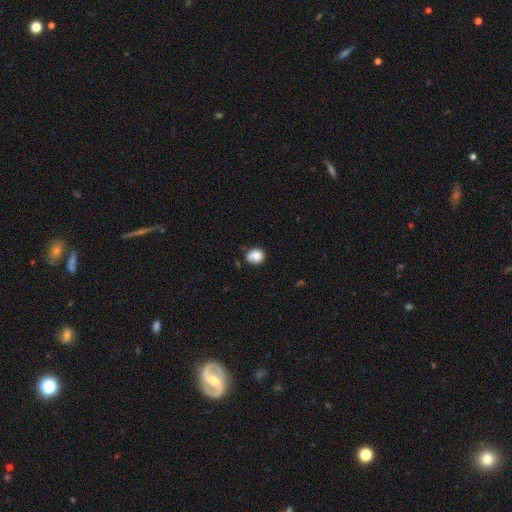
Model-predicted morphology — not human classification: Smooth or featured? Predicted: smooth (p=0.84). How rounded? Predicted: round (p=0.70). Merging? Predicted: none (p=0.64).